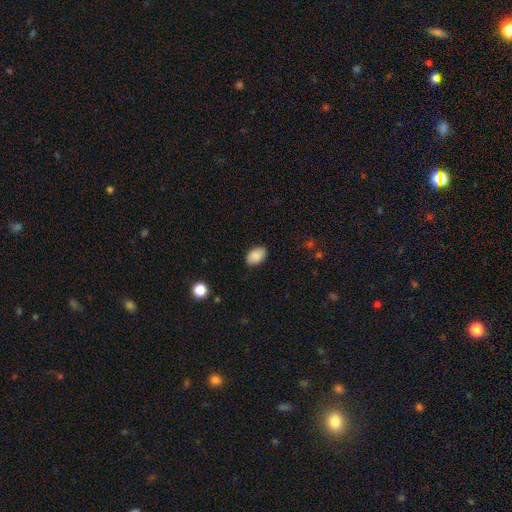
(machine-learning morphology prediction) Smooth or featured? Predicted: smooth (p=0.88). How rounded? Predicted: in between (p=0.90). Merging? Predicted: none (p=0.85).